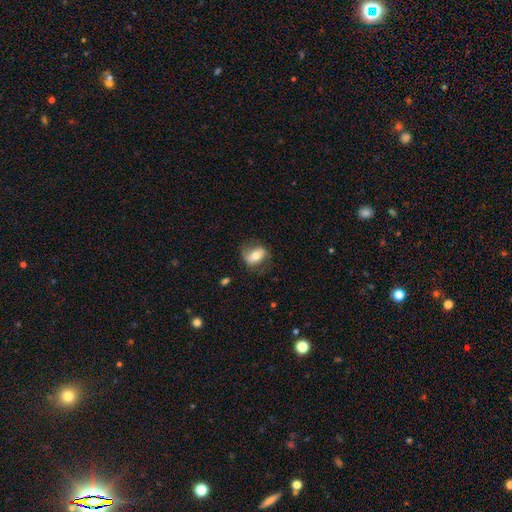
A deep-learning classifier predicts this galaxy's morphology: A smooth galaxy with no disk features (51%) that is in between round and cigar-shaped (78%).

Vote fractions:
- Smooth or featured? smooth: 51% / featured or disk: 42% / star or artifact: 7%
- How rounded? in between: 78% / round: 18% / cigar-shaped: 4%
- Merging? none: 66% / minor disturbance: 22% / major disturbance: 11% / merger: 2%